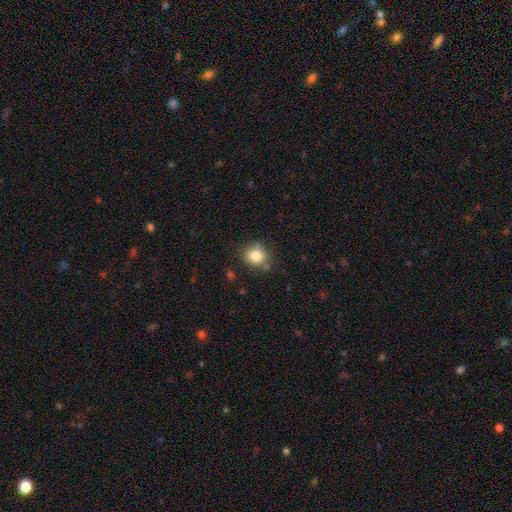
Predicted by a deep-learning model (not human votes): Q: Smooth or featured?
A: smooth (83%); runner-up: star or artifact (10%)
Q: How rounded?
A: round (81%); runner-up: in between (18%)
Q: Merging?
A: none (78%); runner-up: minor disturbance (14%)